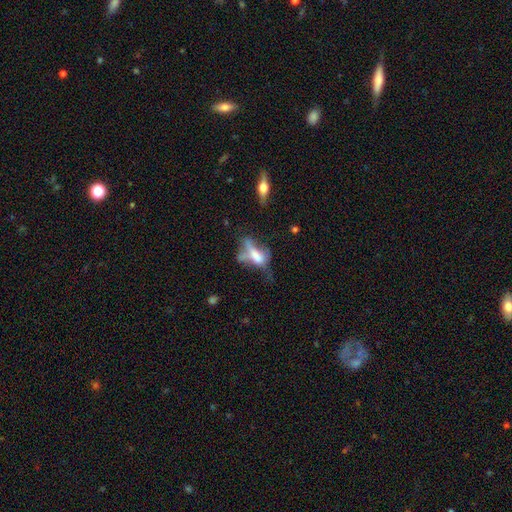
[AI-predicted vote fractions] A smooth galaxy with no disk features (48%).

Vote fractions:
- Smooth or featured? smooth: 48% / featured or disk: 40% / star or artifact: 12%
- Merging? major disturbance: 34% / merger: 28% / none: 21% / minor disturbance: 17%